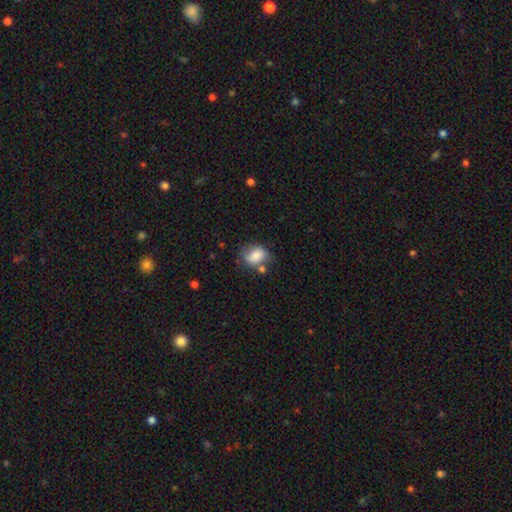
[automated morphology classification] A smooth galaxy with no disk features (78%) that is in between round and cigar-shaped (64%).

Vote fractions:
- Smooth or featured? smooth: 78% / featured or disk: 13% / star or artifact: 9%
- How rounded? in between: 64% / round: 35% / cigar-shaped: 1%
- Merging? none: 52% / minor disturbance: 26% / merger: 12% / major disturbance: 9%